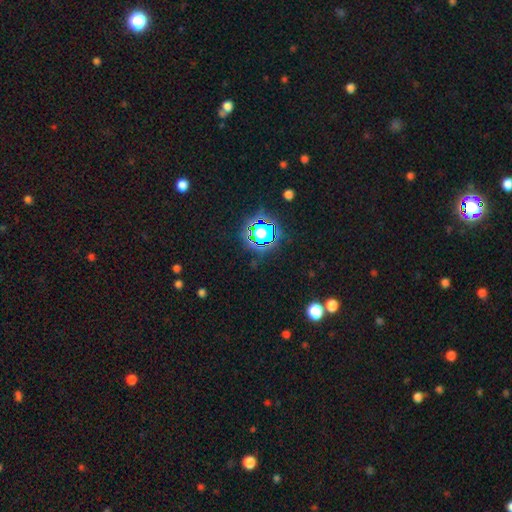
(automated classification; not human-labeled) Smooth or featured: star or artifact — 82% (smooth — 11%)